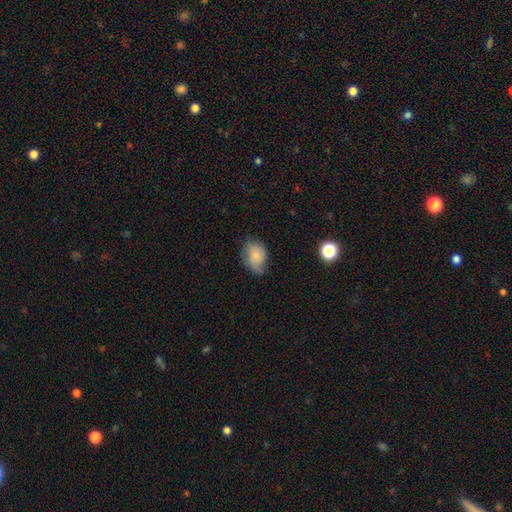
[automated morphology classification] smooth-or-featured: smooth: 74% | featured or disk: 18% | star or artifact: 8%
  how-rounded: in between: 76% | round: 23% | cigar-shaped: 1%
  merging: none: 52% | minor disturbance: 35% | major disturbance: 11% | merger: 2%